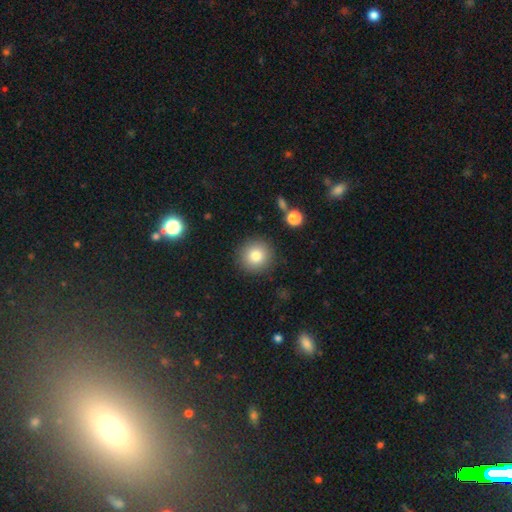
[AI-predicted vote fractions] This appears to be a smooth galaxy with no disk features (81%) that is round (94%). Merging: none (89%).